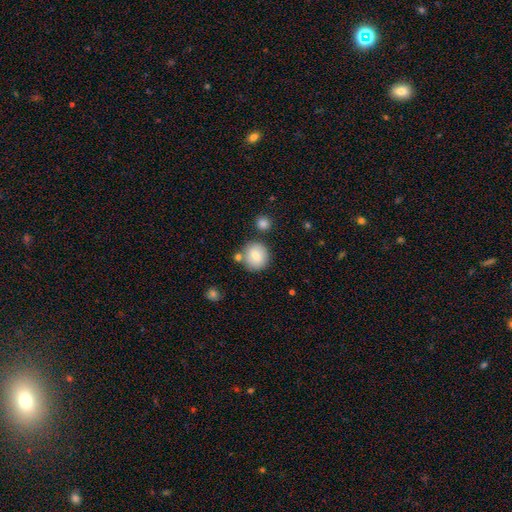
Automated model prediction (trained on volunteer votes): Smooth or featured: smooth — 77% (featured or disk — 15%)
How rounded: round — 88% (in between — 11%)
Merging: none — 76% (minor disturbance — 11%)